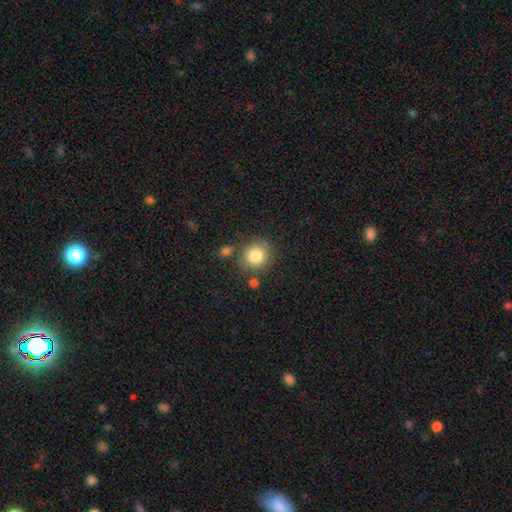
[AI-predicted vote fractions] Morphology: type=smooth (84%); roundness=round (82%); merging=none (74%).